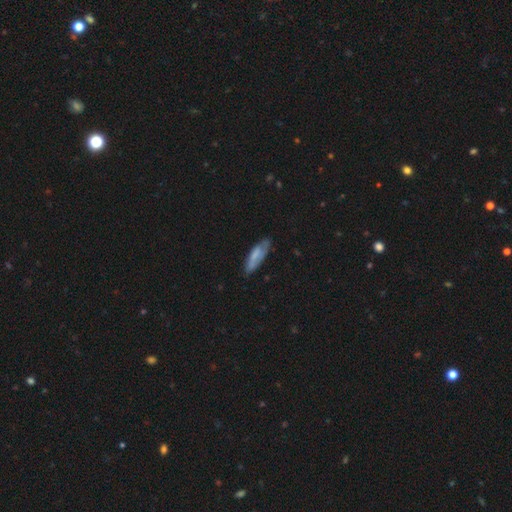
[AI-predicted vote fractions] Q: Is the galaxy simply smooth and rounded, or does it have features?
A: smooth — 61%.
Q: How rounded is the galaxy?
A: cigar-shaped — 52%.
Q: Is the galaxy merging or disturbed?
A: none — 66%.